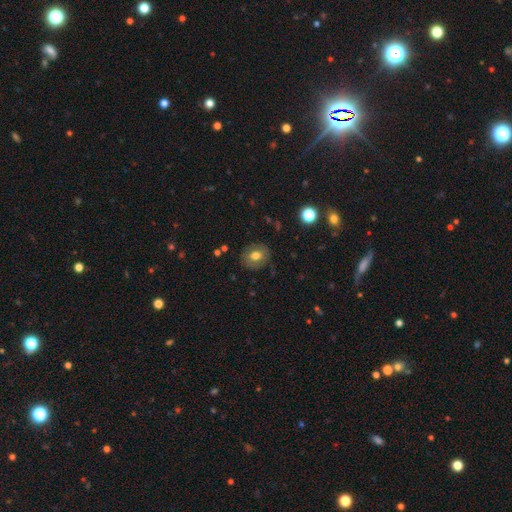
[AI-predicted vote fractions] The model was most divided on "how rounded": round: 65%, in between: 34%, cigar-shaped: 1%. More confident: merging — none (84%); smooth or featured — smooth (65%).